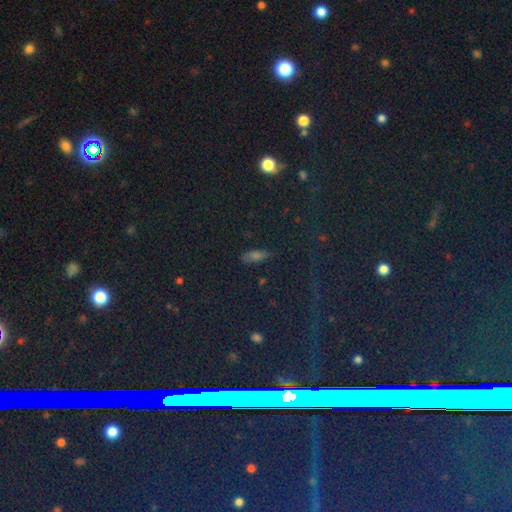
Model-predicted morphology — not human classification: Smooth or featured? Predicted: smooth (p=0.61). How rounded? Predicted: in between (p=0.65). Merging? Predicted: none (p=0.85).